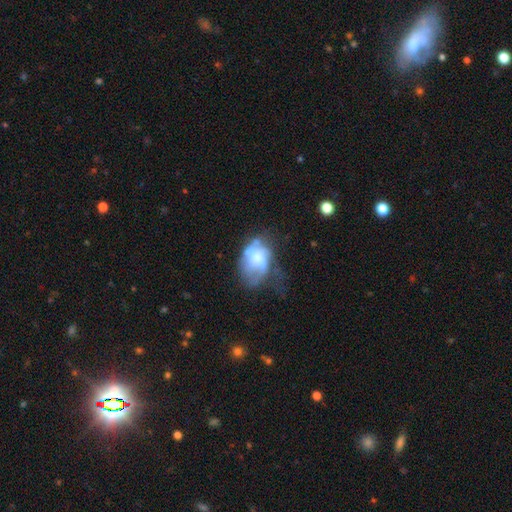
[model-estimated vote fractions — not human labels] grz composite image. It shows a featured or disk galaxy (48%). Merging: major disturbance (42%).